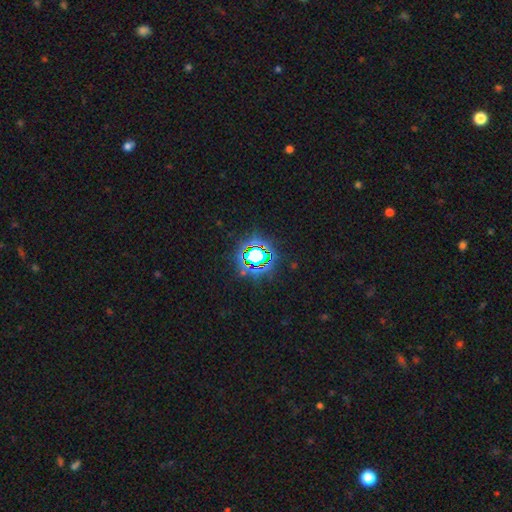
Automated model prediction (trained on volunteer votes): The model was most divided on "smooth or featured": star or artifact: 71%, smooth: 18%, featured or disk: 11%.